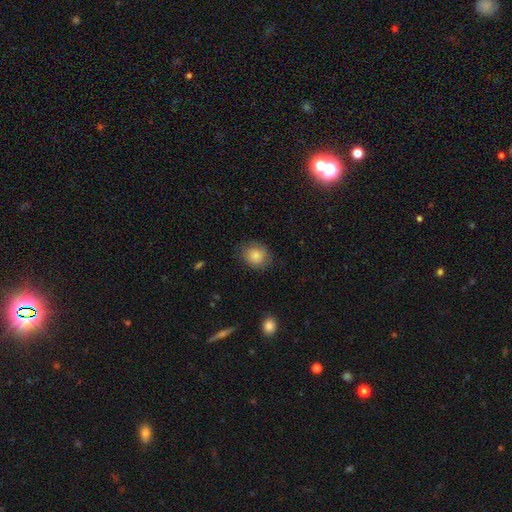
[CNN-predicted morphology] Q: Smooth or featured?
A: smooth (81%); runner-up: featured or disk (11%)
Q: How rounded?
A: round (67%); runner-up: in between (32%)
Q: Merging?
A: none (76%); runner-up: minor disturbance (18%)